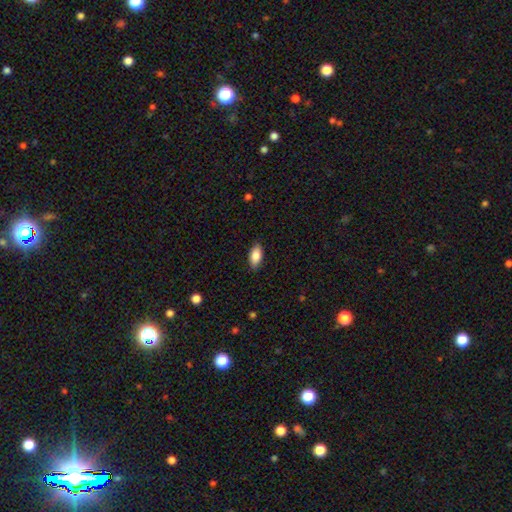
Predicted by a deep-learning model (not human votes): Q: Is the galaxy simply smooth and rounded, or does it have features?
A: smooth — 86%.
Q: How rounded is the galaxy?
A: in between — 91%.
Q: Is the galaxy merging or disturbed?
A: none — 88%.